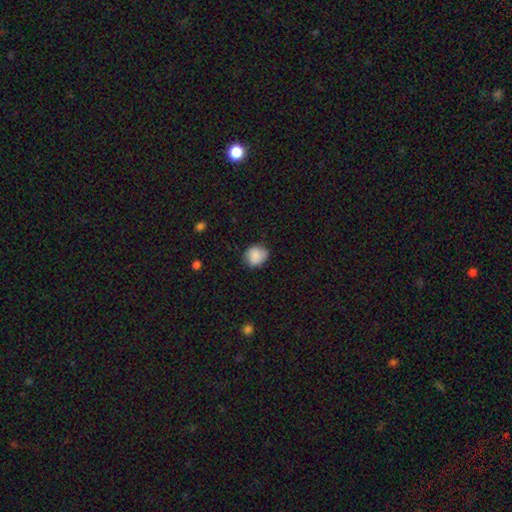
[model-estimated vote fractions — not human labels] Smooth or featured? smooth (87%)
How rounded? round (75%)
Merging? none (77%)